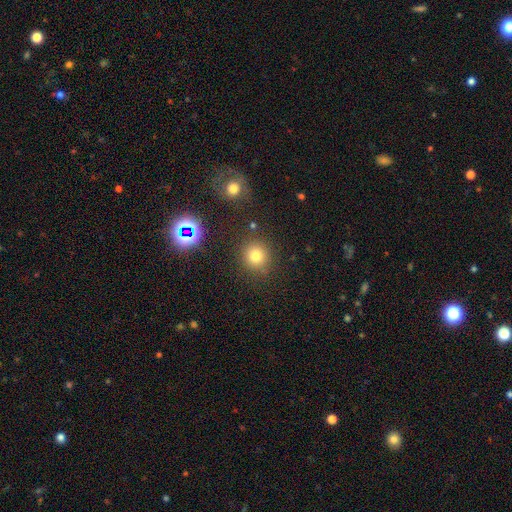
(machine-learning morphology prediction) Smooth or featured? smooth (75%)
How rounded? round (90%)
Merging? none (85%)